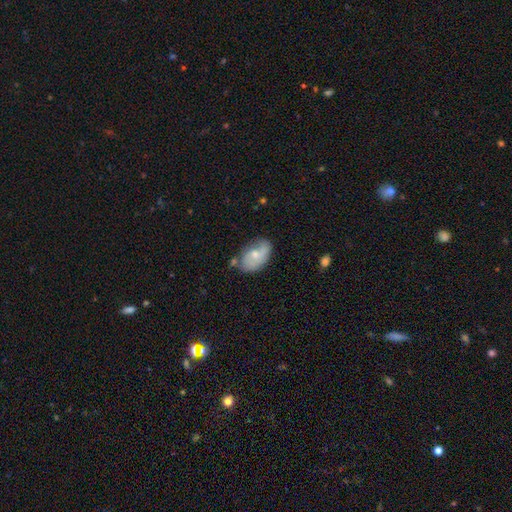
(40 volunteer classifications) A smooth galaxy with no disk features (45%, tied with featured or disk) that is in between round and cigar-shaped (83%).

Vote fractions:
- Smooth or featured? smooth: 45% (tied) / featured or disk: 45% (tied) / star or artifact: 10%
- How rounded? in between: 83% / round: 17% / cigar-shaped: 0%
- Merging? none: 50% / minor disturbance: 25% / merger: 14% / major disturbance: 11%